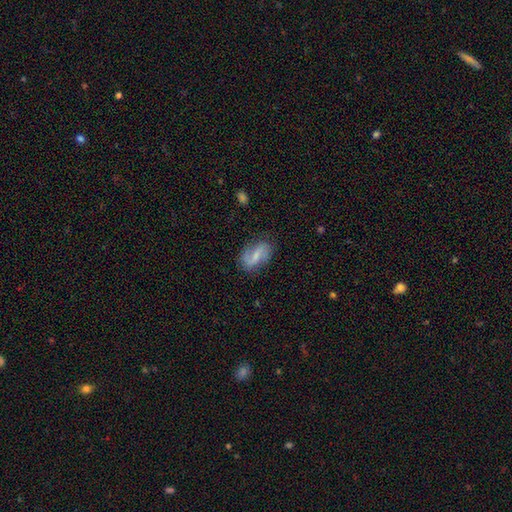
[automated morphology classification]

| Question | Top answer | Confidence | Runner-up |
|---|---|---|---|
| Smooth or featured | featured or disk | 67% | smooth (26%) |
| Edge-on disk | no | 97% | yes (3%) |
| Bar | weak | 51% | no (25%) |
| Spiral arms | yes | 91% | no (9%) |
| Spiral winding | loose | 50% | medium (36%) |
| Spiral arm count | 2 | 84% | 1 (7%) |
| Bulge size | small | 50% | moderate (24%) |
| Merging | none | 73% | minor disturbance (18%) |